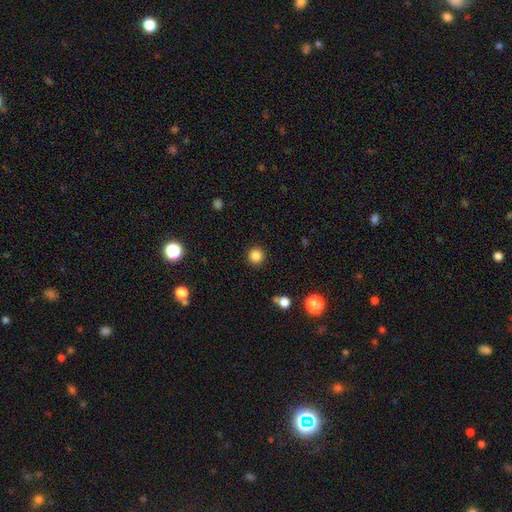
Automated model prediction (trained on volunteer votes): Smooth or featured? smooth (85%)
How rounded? round (95%)
Merging? none (91%)